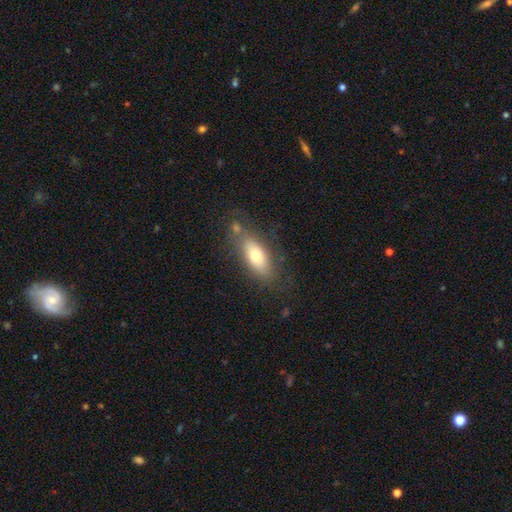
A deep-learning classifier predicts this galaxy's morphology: smooth_or_featured: smooth (p=0.67) [alt: featured or disk p=0.26]
how_rounded: in between (p=0.76) [alt: cigar-shaped p=0.21]
merging: none (p=0.69) [alt: minor disturbance p=0.17]